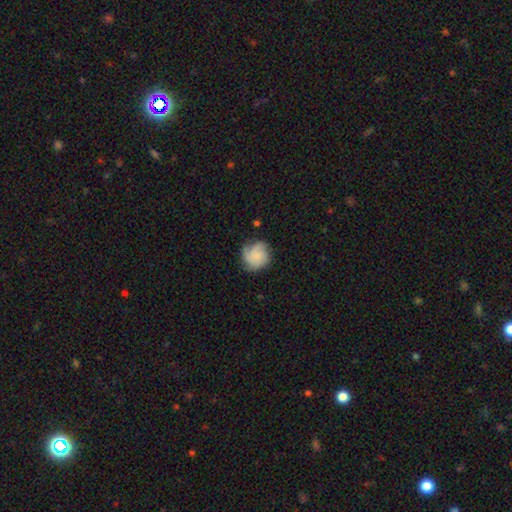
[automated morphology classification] smooth-or-featured: smooth: 55% | featured or disk: 36% | star or artifact: 8%
  how-rounded: round: 82% | in between: 17% | cigar-shaped: 1%
  merging: none: 68% | minor disturbance: 22% | major disturbance: 8% | merger: 2%